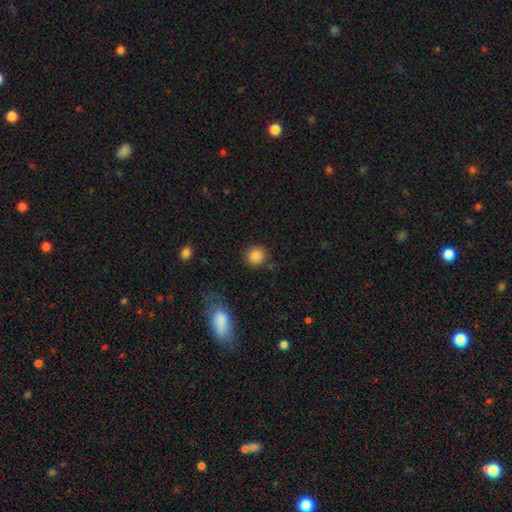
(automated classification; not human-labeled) Smooth or featured: smooth — 86% (star or artifact — 10%)
How rounded: round — 88% (in between — 11%)
Merging: none — 85% (minor disturbance — 9%)